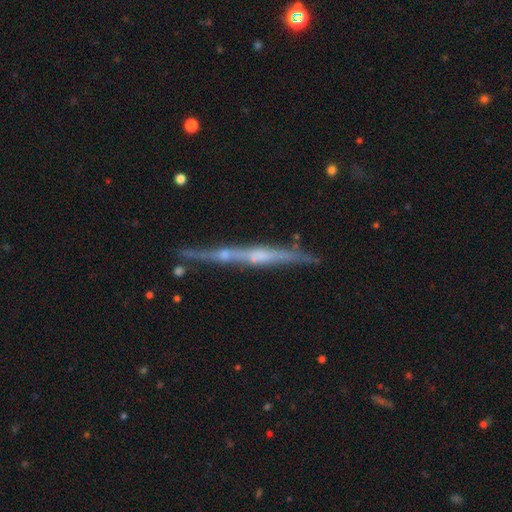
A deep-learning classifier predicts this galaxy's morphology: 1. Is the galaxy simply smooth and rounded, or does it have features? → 75% featured or disk, 18% smooth, 8% star or artifact.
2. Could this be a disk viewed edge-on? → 96% yes, 4% no.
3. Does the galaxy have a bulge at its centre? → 45% rounded, 41% none, 13% boxy.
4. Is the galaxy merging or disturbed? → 74% none, 14% minor disturbance, 8% merger, 4% major disturbance.